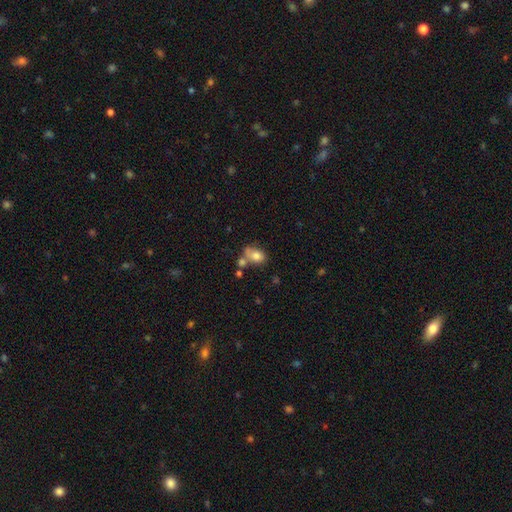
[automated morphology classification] The model was most divided on "merging": none: 41%, merger: 32%, minor disturbance: 19%, major disturbance: 9%. More confident: smooth or featured — smooth (77%); how rounded — in between (70%).